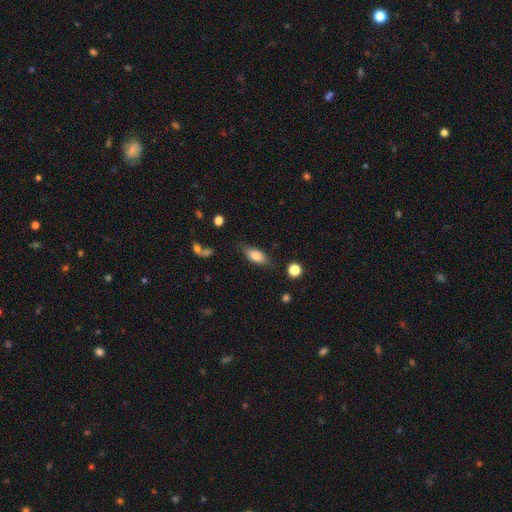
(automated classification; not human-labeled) Smooth or featured? smooth (80%)
How rounded? in between (84%)
Merging? none (77%)